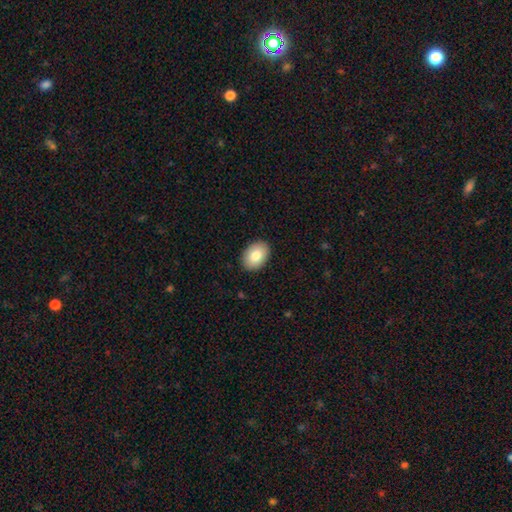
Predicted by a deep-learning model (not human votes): The model was most divided on "how rounded": in between: 84%, round: 15%, cigar-shaped: 1%. More confident: merging — none (90%); smooth or featured — smooth (83%).